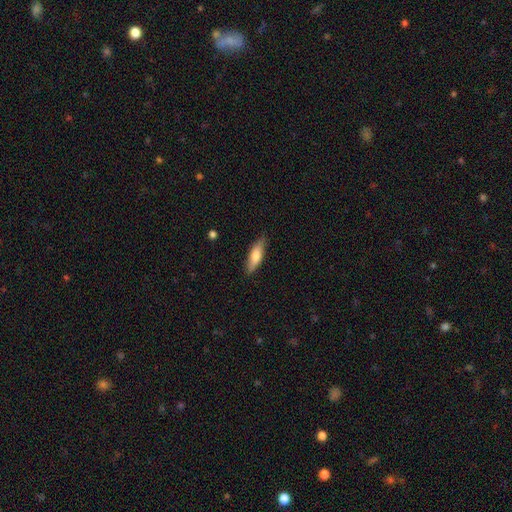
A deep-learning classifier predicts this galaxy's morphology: The model was most divided on "how rounded": cigar-shaped: 52%, in between: 46%, round: 2%. More confident: merging — none (83%); smooth or featured — smooth (71%).